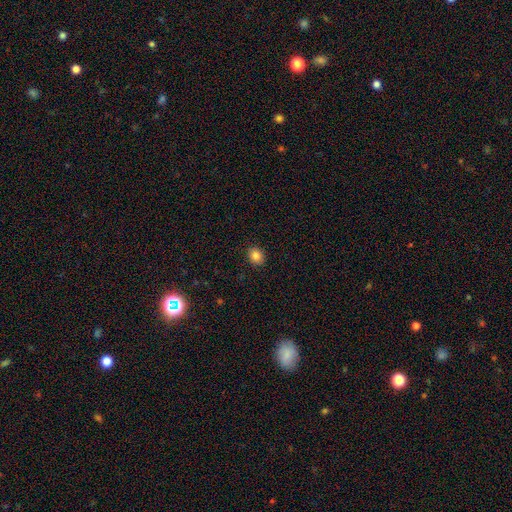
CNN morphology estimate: Q: Smooth or featured?
A: smooth (84%); runner-up: star or artifact (10%)
Q: How rounded?
A: round (59%); runner-up: in between (40%)
Q: Merging?
A: none (90%); runner-up: minor disturbance (7%)